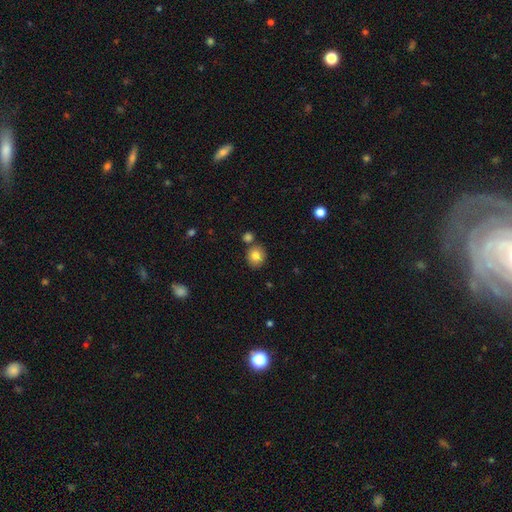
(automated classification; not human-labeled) This is clearly a smooth galaxy (82%). How rounded: clearly round (81%). Merging: likely none (76%).